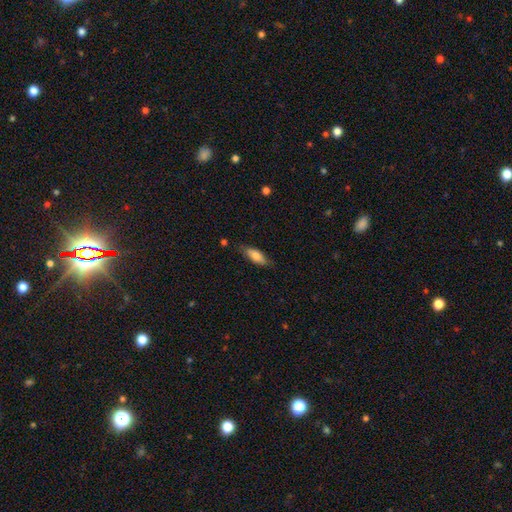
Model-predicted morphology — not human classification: A smooth galaxy with no disk features (74%) that is in between round and cigar-shaped (66%).

Vote fractions:
- Smooth or featured? smooth: 74% / featured or disk: 20% / star or artifact: 6%
- How rounded? in between: 66% / cigar-shaped: 31% / round: 2%
- Merging? none: 76% / minor disturbance: 18% / major disturbance: 4% / merger: 2%